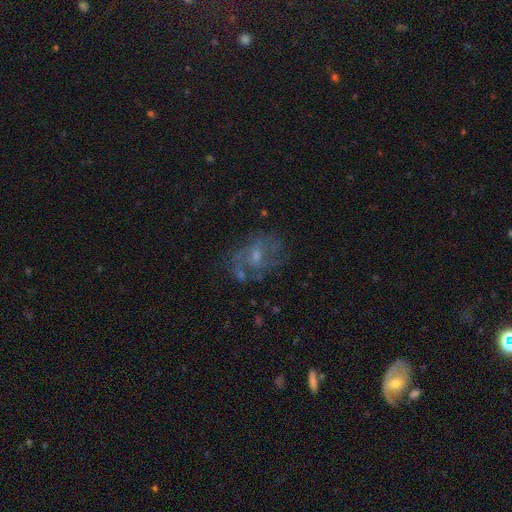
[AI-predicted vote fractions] Smooth or featured? Predicted: featured or disk (p=0.65). Edge-on disk? Predicted: no (p=0.97). Bar? Predicted: no (p=0.64). Spiral arms? Predicted: yes (p=0.59). Bulge size? Predicted: small (p=0.46). Merging? Predicted: none (p=0.57).